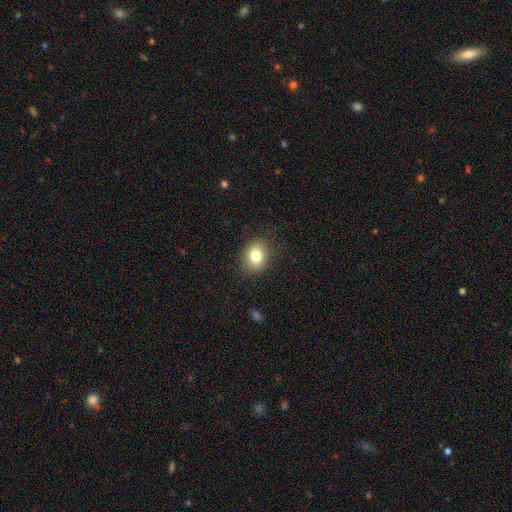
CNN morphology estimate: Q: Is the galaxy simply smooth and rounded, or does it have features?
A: smooth — 80%.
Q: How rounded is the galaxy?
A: in between — 53%.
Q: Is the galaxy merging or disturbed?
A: none — 84%.